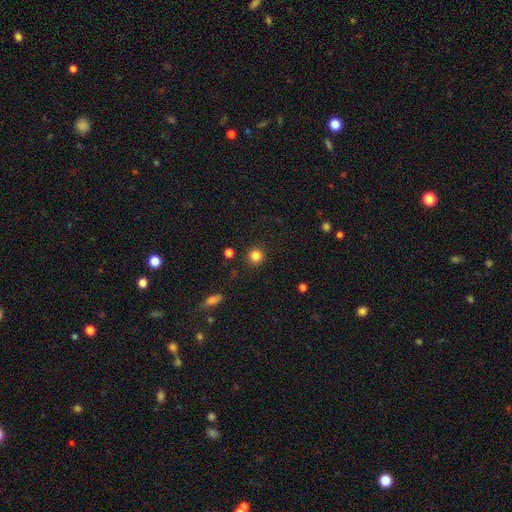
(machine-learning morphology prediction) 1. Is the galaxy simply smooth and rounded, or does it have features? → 84% smooth, 12% star or artifact, 5% featured or disk.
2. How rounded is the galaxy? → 94% round, 5% in between, 1% cigar-shaped.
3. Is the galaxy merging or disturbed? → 91% none, 5% minor disturbance, 2% major disturbance, 2% merger.